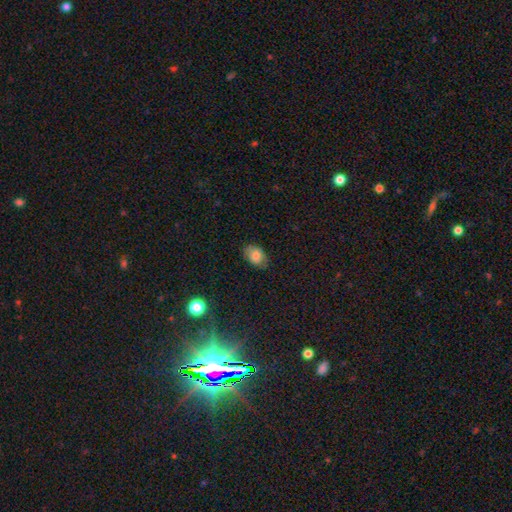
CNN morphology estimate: The model was most divided on "merging": none: 78%, minor disturbance: 17%, major disturbance: 3%, merger: 1%. More confident: how rounded — in between (82%); smooth or featured — smooth (80%).